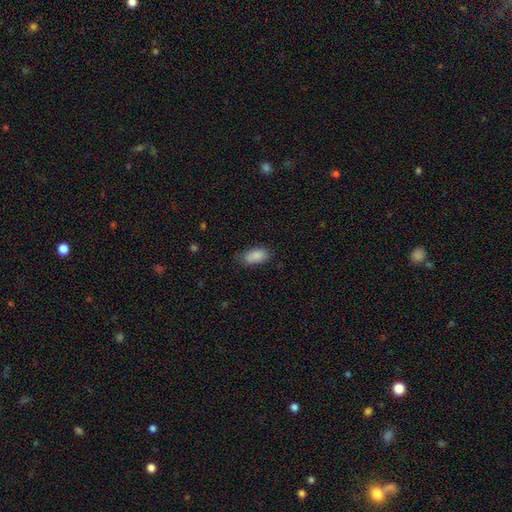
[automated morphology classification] A smooth galaxy with no disk features (88%) that is in between round and cigar-shaped (92%).

Vote fractions:
- Smooth or featured? smooth: 88% / star or artifact: 7% / featured or disk: 5%
- How rounded? in between: 92% / cigar-shaped: 4% / round: 3%
- Merging? none: 75% / minor disturbance: 20% / major disturbance: 4% / merger: 1%